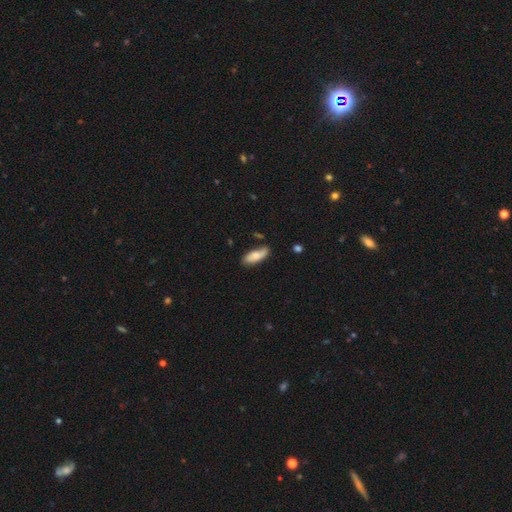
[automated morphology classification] A smooth galaxy with no disk features (71%) that is in between round and cigar-shaped (72%).

Vote fractions:
- Smooth or featured? smooth: 71% / featured or disk: 22% / star or artifact: 6%
- How rounded? in between: 72% / cigar-shaped: 26% / round: 2%
- Merging? none: 71% / minor disturbance: 22% / major disturbance: 4% / merger: 3%